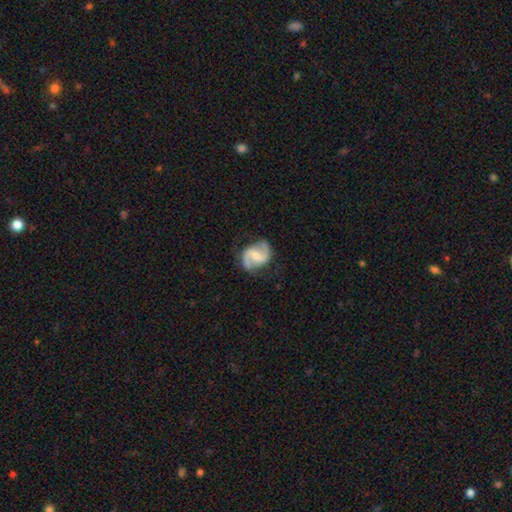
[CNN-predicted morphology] Q: Smooth or featured?
A: featured or disk (86%); runner-up: smooth (9%)
Q: Edge-on disk?
A: no (98%); runner-up: yes (2%)
Q: Bar?
A: weak (51%); runner-up: no (33%)
Q: Spiral arms?
A: yes (96%); runner-up: no (4%)
Q: Spiral winding?
A: medium (51%); runner-up: loose (35%)
Q: Spiral arm count?
A: 2 (93%); runner-up: can't tell (3%)
Q: Bulge size?
A: moderate (53%); runner-up: small (39%)
Q: Merging?
A: none (77%); runner-up: minor disturbance (16%)